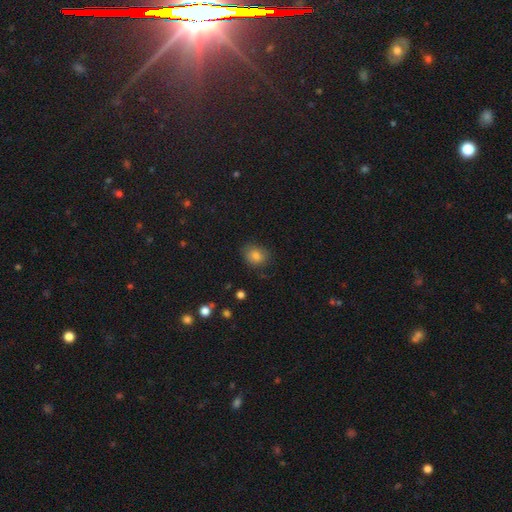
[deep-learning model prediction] smooth-or-featured: smooth: 82% | star or artifact: 10% | featured or disk: 7%
  how-rounded: round: 51% | in between: 48% | cigar-shaped: 1%
  merging: none: 76% | minor disturbance: 18% | major disturbance: 5% | merger: 1%